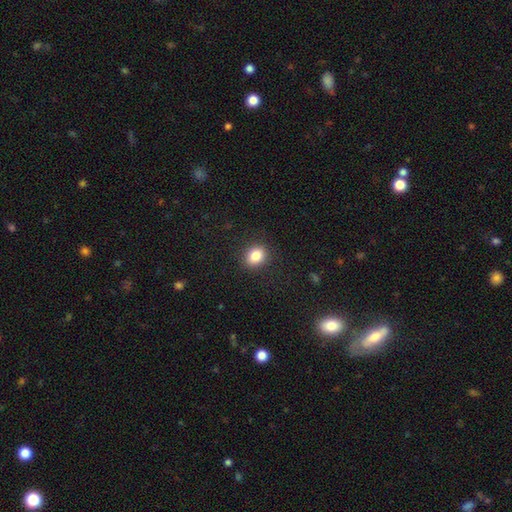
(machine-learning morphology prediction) smooth 84%, star or artifact 10%, featured or disk 6%. Down the decision tree: how rounded — round (53%); merging — none (88%).